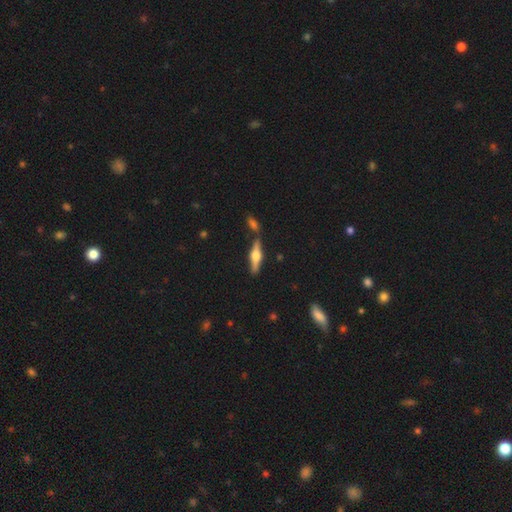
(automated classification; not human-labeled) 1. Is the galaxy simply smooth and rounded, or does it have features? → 69% featured or disk, 25% smooth, 6% star or artifact.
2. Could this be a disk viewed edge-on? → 96% yes, 4% no.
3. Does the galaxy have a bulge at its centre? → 93% rounded, 5% boxy, 2% none.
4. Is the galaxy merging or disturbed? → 79% none, 9% merger, 9% minor disturbance, 3% major disturbance.